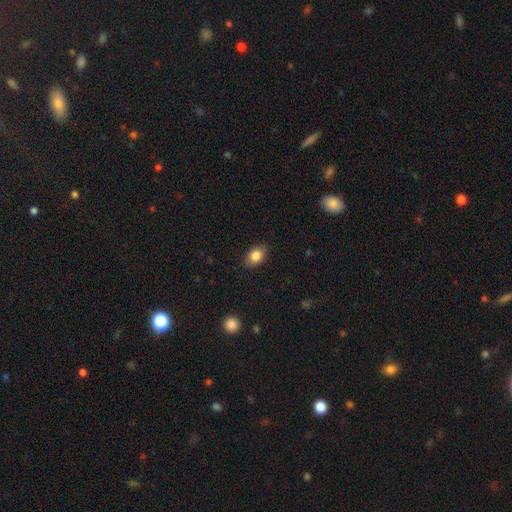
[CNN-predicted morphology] Q: Smooth or featured?
A: smooth (84%); runner-up: star or artifact (8%)
Q: How rounded?
A: in between (82%); runner-up: round (16%)
Q: Merging?
A: none (85%); runner-up: minor disturbance (11%)